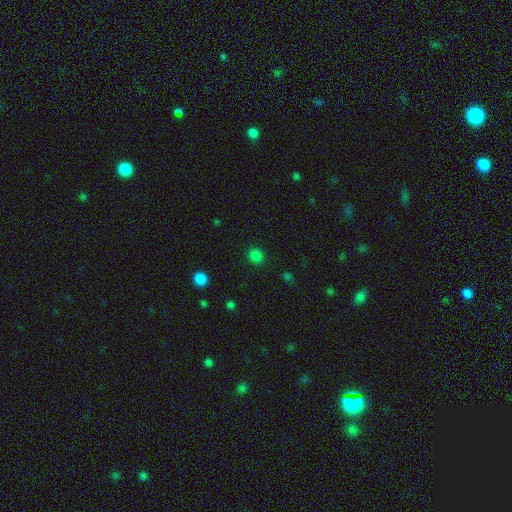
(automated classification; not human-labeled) Morphology: type=smooth (81%); roundness=round (86%); merging=none (90%).